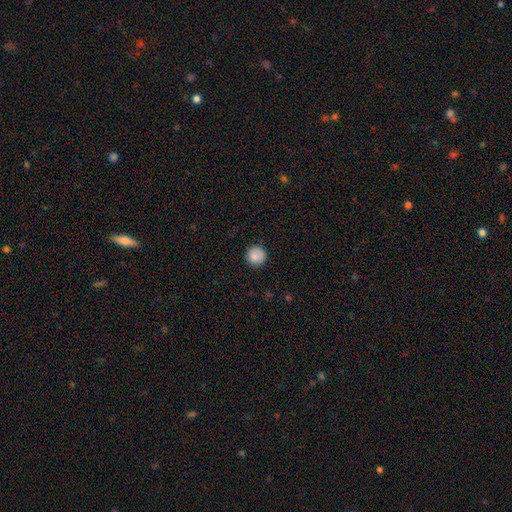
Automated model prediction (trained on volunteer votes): Smooth or featured?
  - smooth: 85% *
  - star or artifact: 8%
  - featured or disk: 6%
How rounded?
  - round: 96% *
  - in between: 3%
  - cigar-shaped: 1%
Merging?
  - none: 90% *
  - minor disturbance: 7%
  - major disturbance: 2%
  - merger: 1%